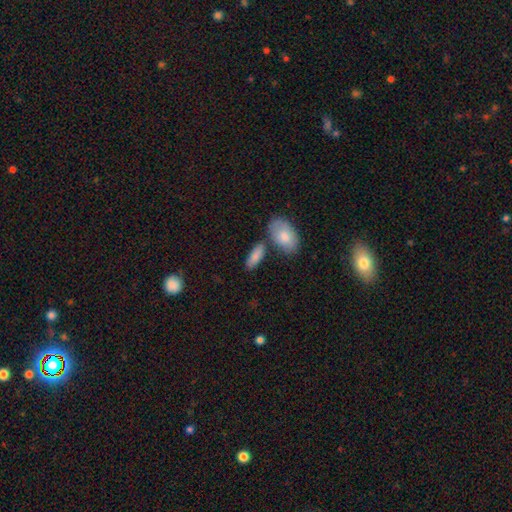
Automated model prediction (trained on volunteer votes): Morphology: type=smooth (82%); roundness=in between (77%); merging=none (67%).